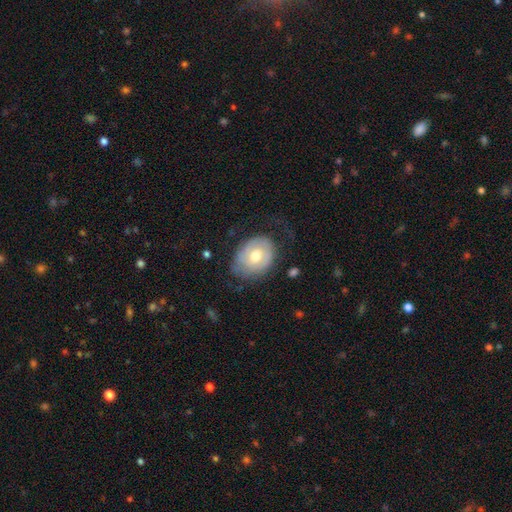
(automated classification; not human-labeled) Overall: featured or disk (47%, tied with smooth). Merging: none (59%; minor disturbance 25%).